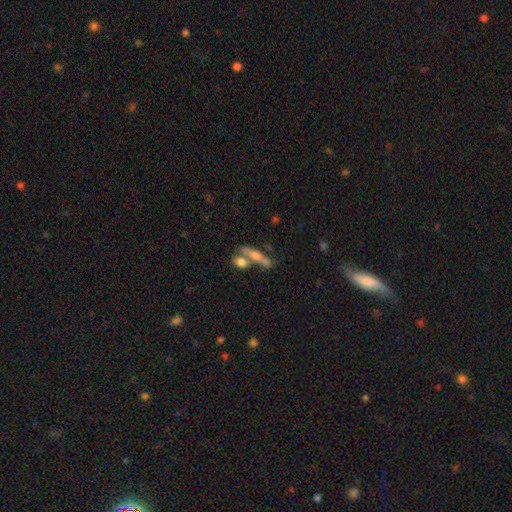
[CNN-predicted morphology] A smooth galaxy with no disk features (49%). Merging: none (49%).